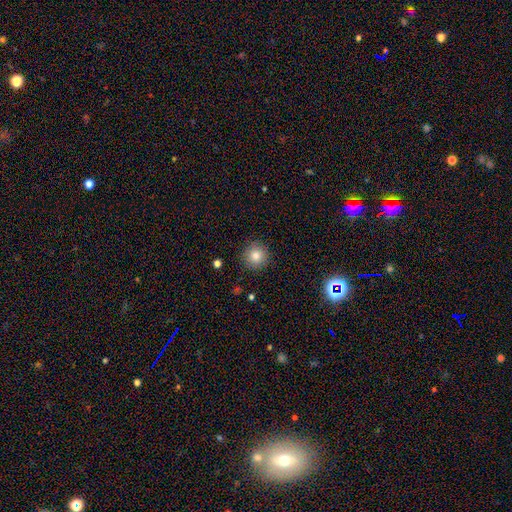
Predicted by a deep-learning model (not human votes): The model was most divided on "smooth or featured": smooth: 82%, star or artifact: 11%, featured or disk: 7%. More confident: how rounded — round (94%); merging — none (89%).